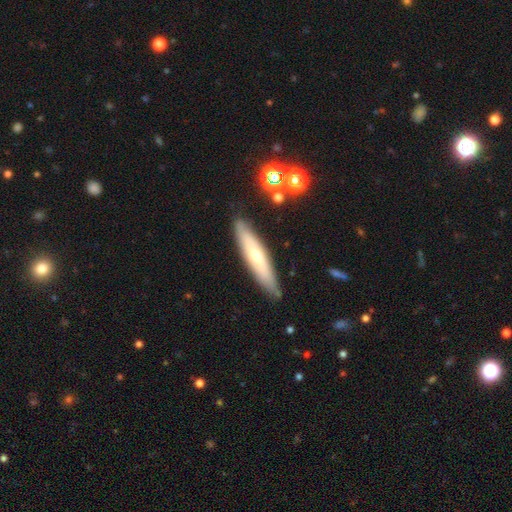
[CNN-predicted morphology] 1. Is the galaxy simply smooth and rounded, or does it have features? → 49% smooth, 44% featured or disk, 7% star or artifact.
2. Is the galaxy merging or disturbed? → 86% none, 10% minor disturbance, 2% major disturbance, 2% merger.